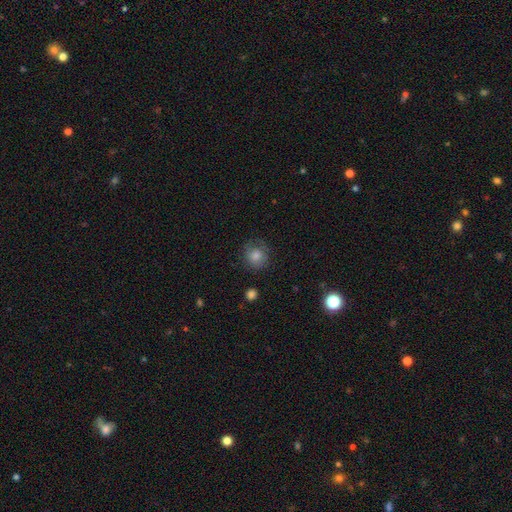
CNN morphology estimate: This is likely a smooth galaxy (74%). How rounded: clearly round (85%). Merging: likely none (77%).